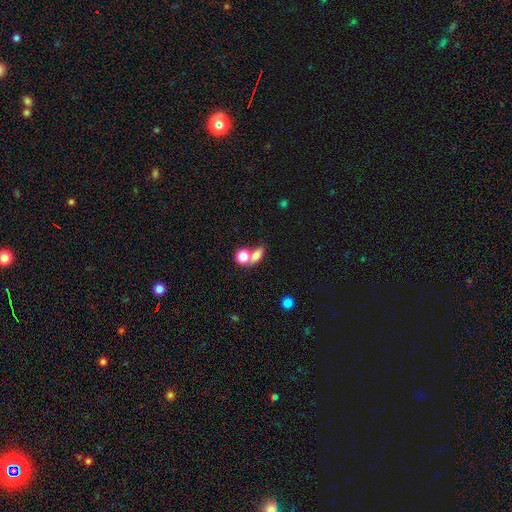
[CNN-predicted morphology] Smooth or featured: smooth — 77% (featured or disk — 12%)
How rounded: in between — 69% (round — 25%)
Merging: merger — 47% (none — 38%)